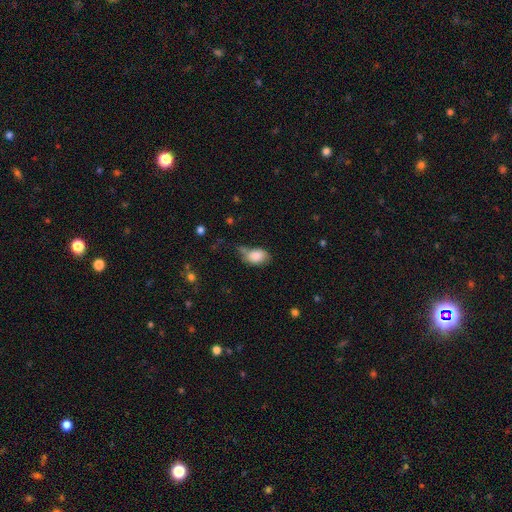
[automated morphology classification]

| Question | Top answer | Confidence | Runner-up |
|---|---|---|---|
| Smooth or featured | smooth | 85% | star or artifact (8%) |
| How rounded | in between | 83% | round (15%) |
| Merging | none | 42% | minor disturbance (34%) |